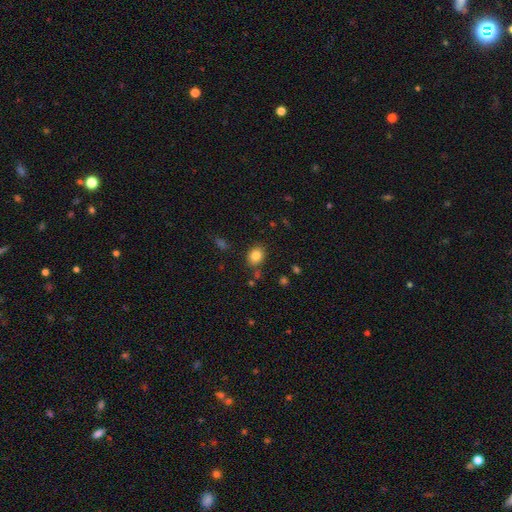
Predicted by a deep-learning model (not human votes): Q: Smooth or featured?
A: smooth (83%); runner-up: star or artifact (10%)
Q: How rounded?
A: in between (53%); runner-up: round (47%)
Q: Merging?
A: none (82%); runner-up: minor disturbance (11%)